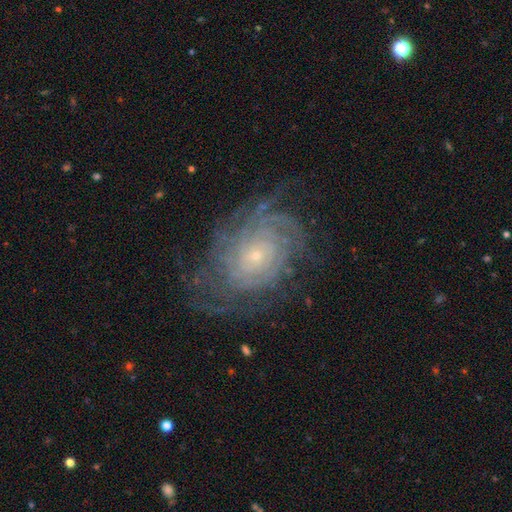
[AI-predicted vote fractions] Smooth or featured? featured or disk (83%)
Edge-on disk? no (96%)
Bar? no (79%)
Spiral arms? yes (95%)
Spiral winding? tight (76%)
Spiral arm count? can't tell (36%)
Bulge size? small (82%)
Merging? none (70%)